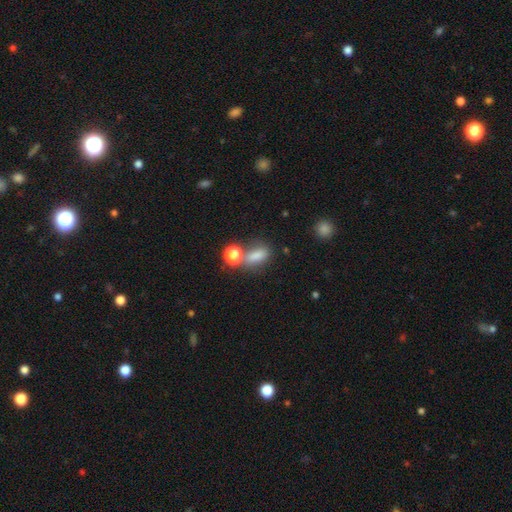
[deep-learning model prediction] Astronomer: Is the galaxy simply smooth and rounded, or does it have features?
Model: smooth — 78%.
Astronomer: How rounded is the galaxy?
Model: in between — 71%.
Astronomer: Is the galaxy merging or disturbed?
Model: none — 50% (runner-up: merger, 26%).